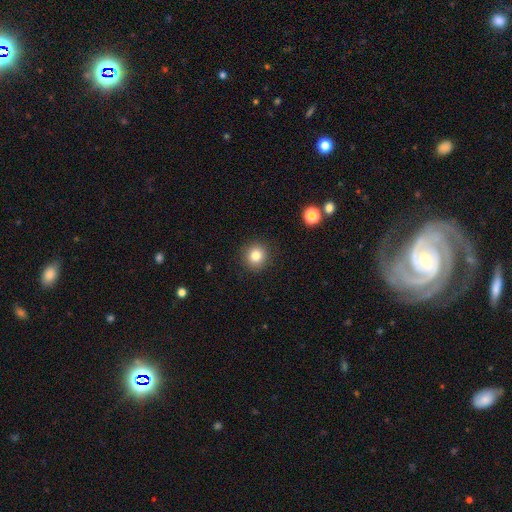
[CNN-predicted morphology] This is clearly a smooth galaxy (83%). How rounded: clearly round (92%). Merging: clearly none (91%).